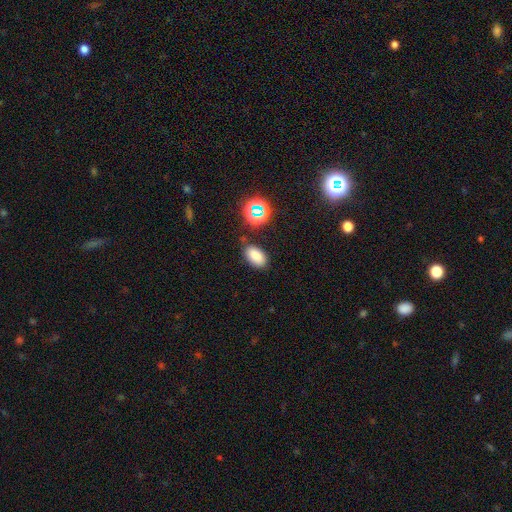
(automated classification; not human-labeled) A smooth galaxy with no disk features (79%) that is in between round and cigar-shaped (91%). Merging: none (79%).